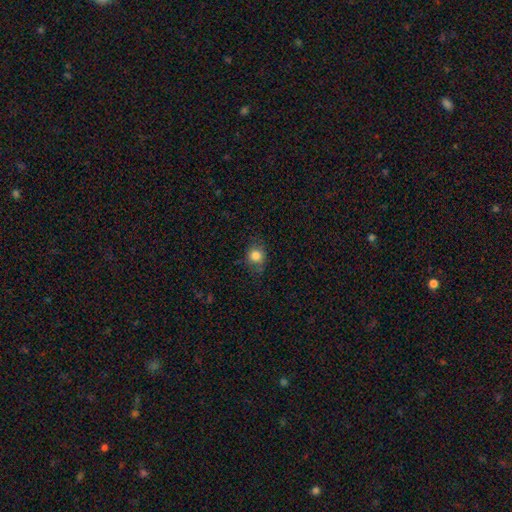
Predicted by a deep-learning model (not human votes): smooth_or_featured: smooth (p=0.82) [alt: star or artifact p=0.11]
how_rounded: round (p=0.79) [alt: in between p=0.20]
merging: none (p=0.74) [alt: minor disturbance p=0.19]